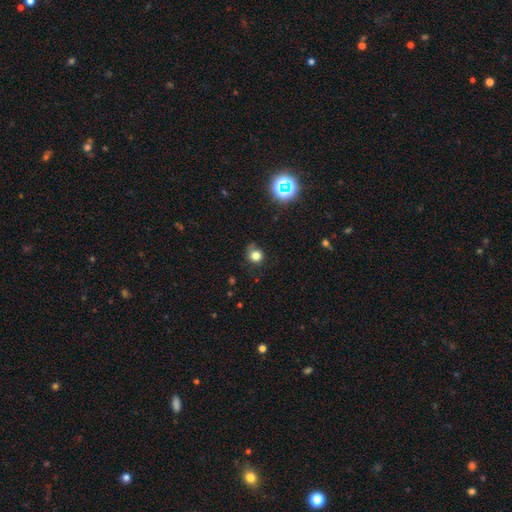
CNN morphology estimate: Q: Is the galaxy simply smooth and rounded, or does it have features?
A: smooth — 78%.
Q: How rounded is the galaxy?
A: round — 85%.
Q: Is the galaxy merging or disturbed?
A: none — 65%.